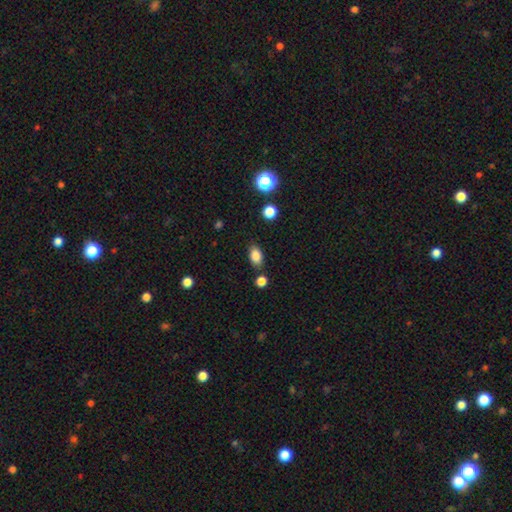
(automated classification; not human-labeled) This is clearly a smooth galaxy (85%). How rounded: clearly in between (87%). Merging: likely none (79%).